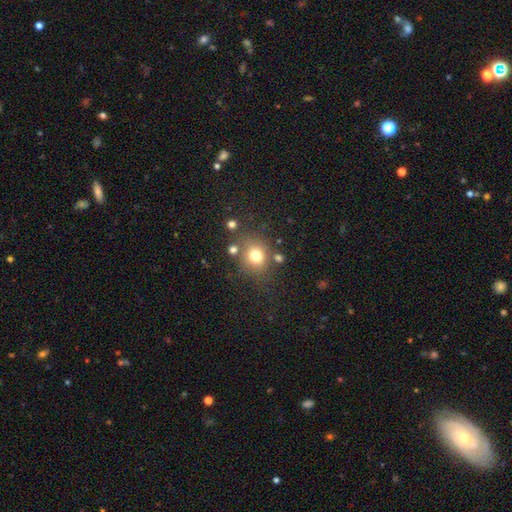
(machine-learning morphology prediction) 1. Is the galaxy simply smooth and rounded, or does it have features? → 75% smooth, 15% star or artifact, 10% featured or disk.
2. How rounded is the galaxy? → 75% round, 24% in between, 1% cigar-shaped.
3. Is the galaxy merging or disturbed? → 73% none, 13% minor disturbance, 9% merger, 6% major disturbance.